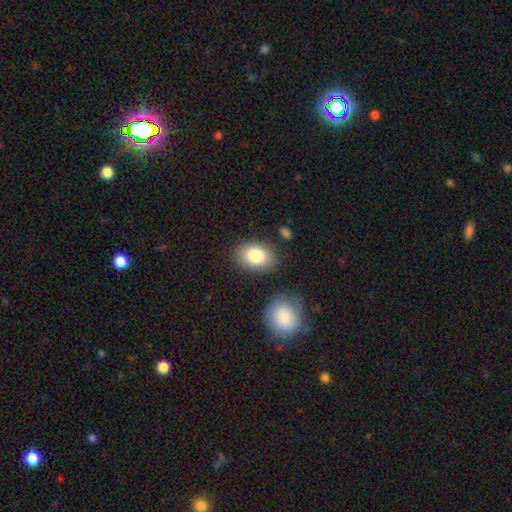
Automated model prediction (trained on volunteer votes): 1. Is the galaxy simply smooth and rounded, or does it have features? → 84% smooth, 8% featured or disk, 8% star or artifact.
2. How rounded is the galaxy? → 82% in between, 17% round, 1% cigar-shaped.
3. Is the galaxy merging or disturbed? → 81% none, 11% minor disturbance, 4% merger, 3% major disturbance.